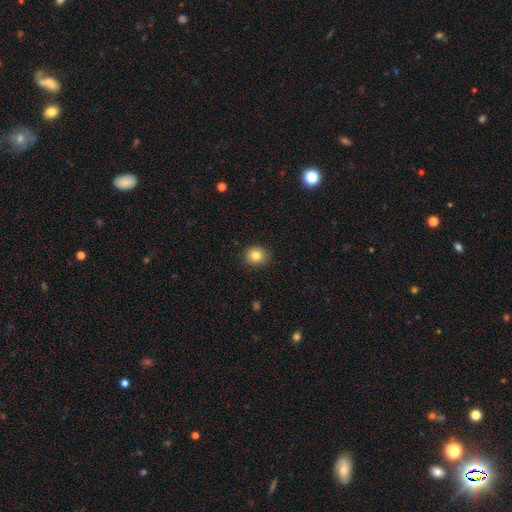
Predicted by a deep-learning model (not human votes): A smooth galaxy with no disk features (81%) that is round (76%). Merging: none (88%).